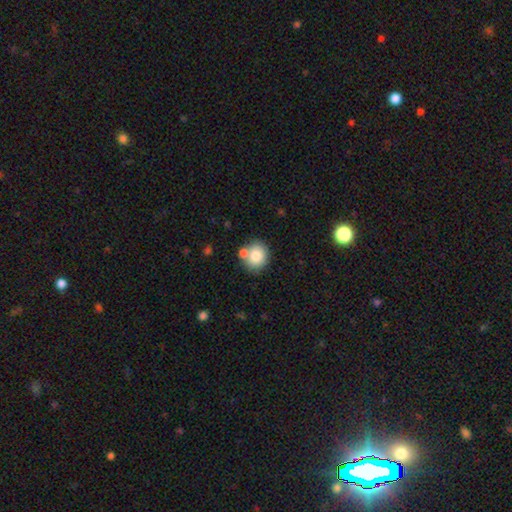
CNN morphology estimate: Smooth or featured? Predicted: smooth (p=0.81). How rounded? Predicted: round (p=0.76). Merging? Predicted: none (p=0.67).